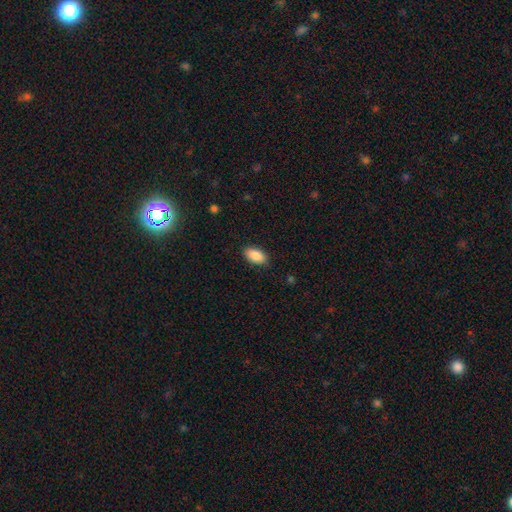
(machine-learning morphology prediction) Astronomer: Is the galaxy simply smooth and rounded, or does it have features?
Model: smooth — 88%.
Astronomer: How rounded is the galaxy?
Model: in between — 93%.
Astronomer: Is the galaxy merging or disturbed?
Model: none — 87%.